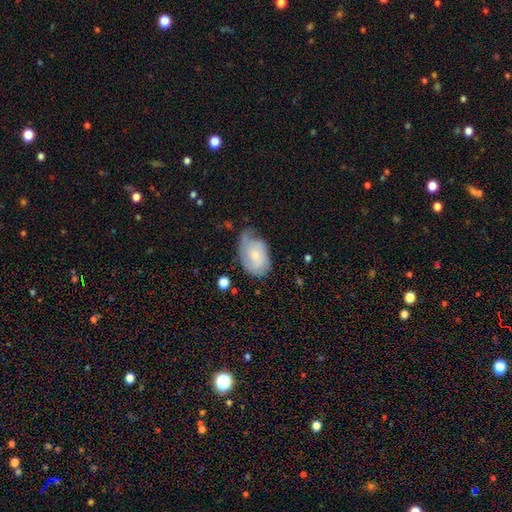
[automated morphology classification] This appears to be a smooth galaxy with no disk features (48%). Merging: none (43%).